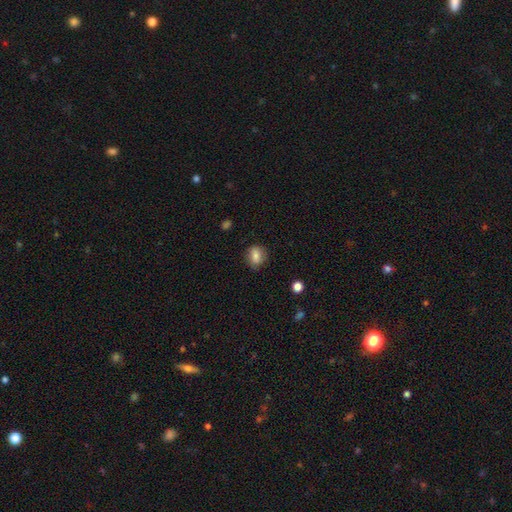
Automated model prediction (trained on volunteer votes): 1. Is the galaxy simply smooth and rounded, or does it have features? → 78% smooth, 13% featured or disk, 9% star or artifact.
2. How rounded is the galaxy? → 50% round, 48% in between, 2% cigar-shaped.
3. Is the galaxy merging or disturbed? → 79% none, 16% minor disturbance, 4% major disturbance, 1% merger.